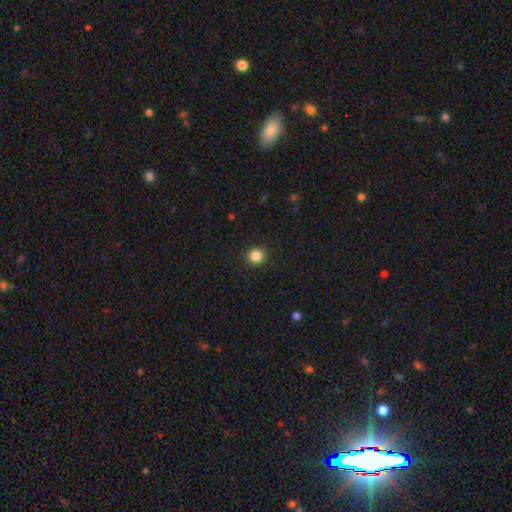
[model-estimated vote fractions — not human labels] Smooth or featured? smooth (85%)
How rounded? round (93%)
Merging? none (92%)